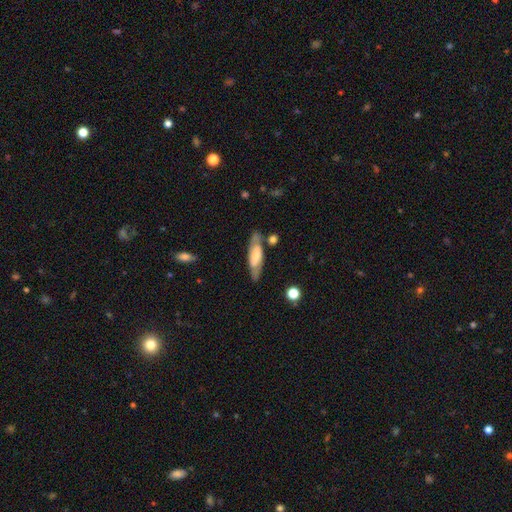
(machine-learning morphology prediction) smooth-or-featured: featured or disk: 50% | smooth: 44% | star or artifact: 6%
  merging: none: 73% | minor disturbance: 16% | merger: 6% | major disturbance: 5%